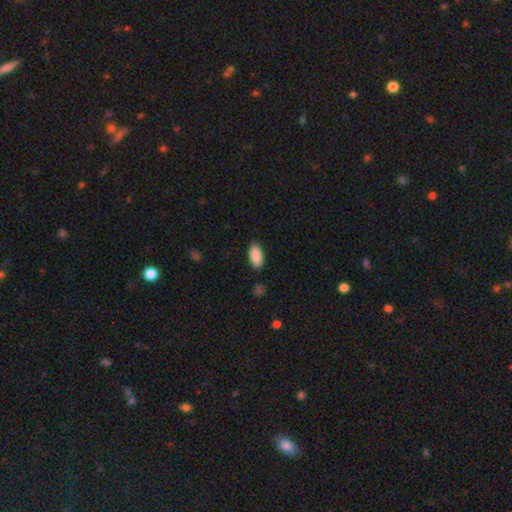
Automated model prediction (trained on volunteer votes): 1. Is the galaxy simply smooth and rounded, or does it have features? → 89% smooth, 6% star or artifact, 5% featured or disk.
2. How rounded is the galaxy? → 92% in between, 6% cigar-shaped, 2% round.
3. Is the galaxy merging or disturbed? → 86% none, 10% minor disturbance, 2% major disturbance, 2% merger.